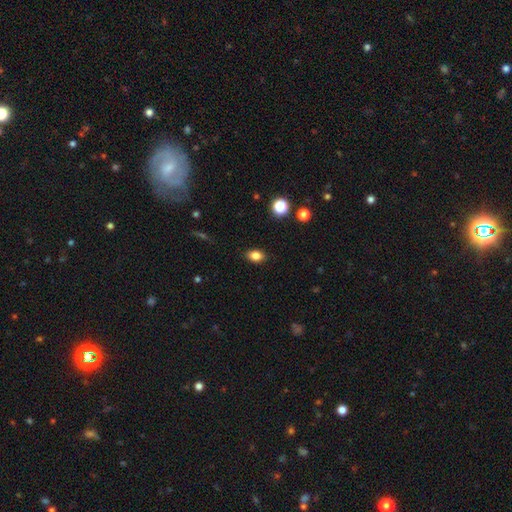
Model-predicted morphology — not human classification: Overall: smooth (83%). How rounded: in between (78%). Merging: none (88%).